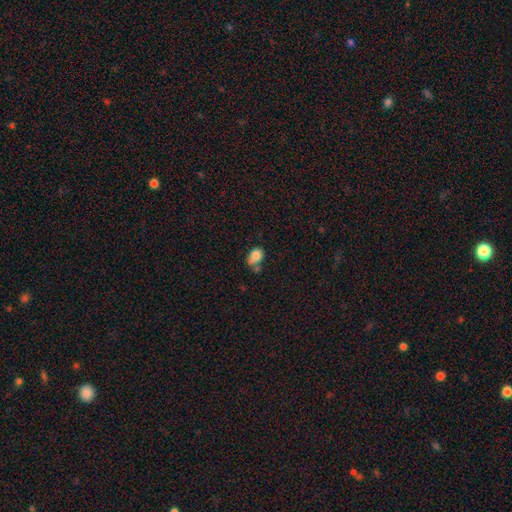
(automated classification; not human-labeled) This appears to be a smooth galaxy with no disk features (82%) that is in between round and cigar-shaped (69%). Merging: none (45%).